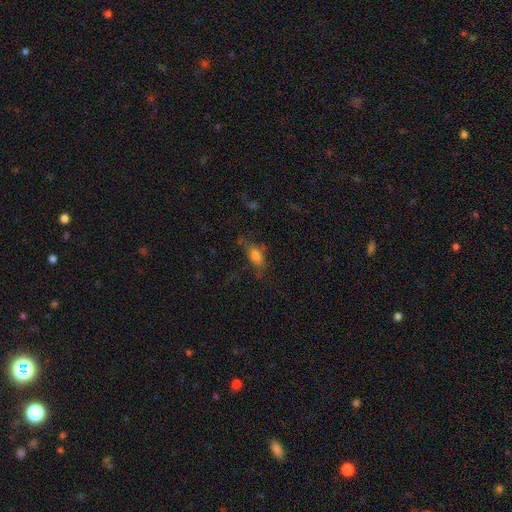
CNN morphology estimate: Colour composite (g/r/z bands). It shows a smooth galaxy with no disk features (70%) that is in between round and cigar-shaped (77%). Merging: none (54%).